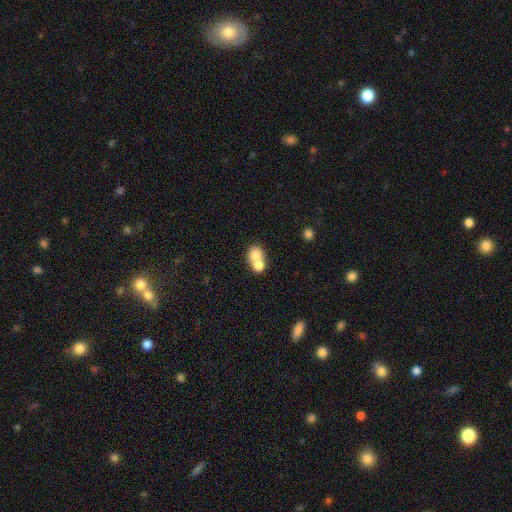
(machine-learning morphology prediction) Overall: smooth (75%). How rounded: round (66%; in between 33%). Merging: merger (65%; none 26%).